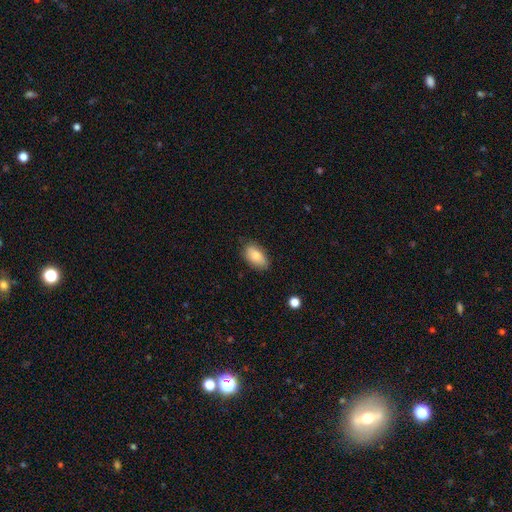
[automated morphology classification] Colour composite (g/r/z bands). It shows a smooth galaxy with no disk features (83%) that is in between round and cigar-shaped (93%). Merging: none (80%).